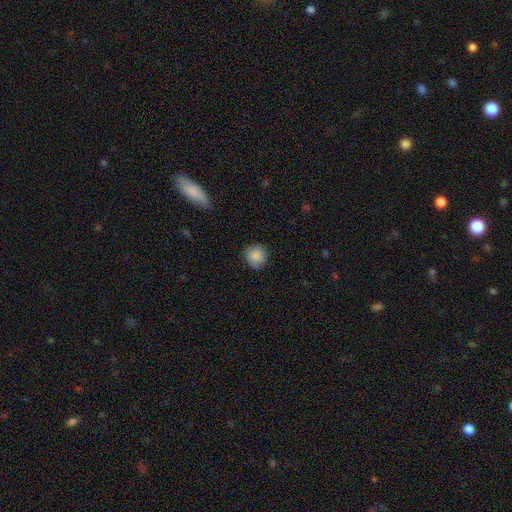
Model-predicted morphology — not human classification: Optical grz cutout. It shows a smooth galaxy with no disk features (86%) that is round (91%). Merging: none (82%).